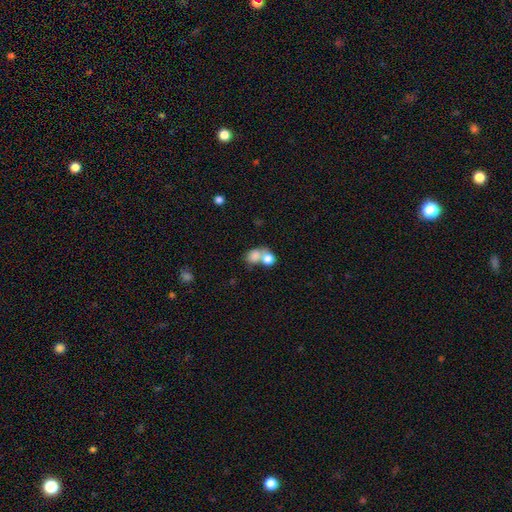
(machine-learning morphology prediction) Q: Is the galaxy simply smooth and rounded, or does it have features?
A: smooth — 78%.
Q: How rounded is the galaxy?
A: round — 50%.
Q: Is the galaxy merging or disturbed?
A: merger — 61%.